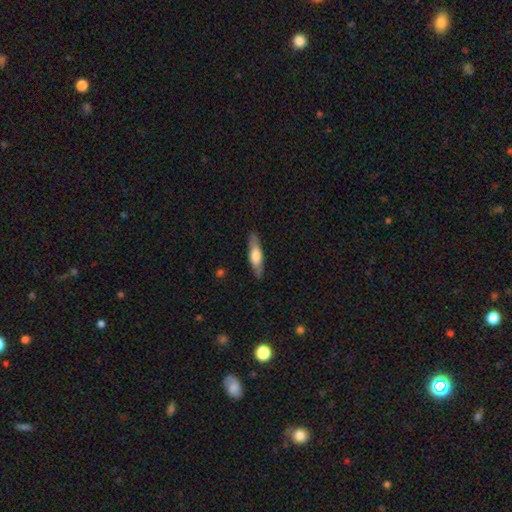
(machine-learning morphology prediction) smooth 57%, featured or disk 38%, star or artifact 5%. Down the decision tree: how rounded — cigar-shaped (70%); merging — none (87%).